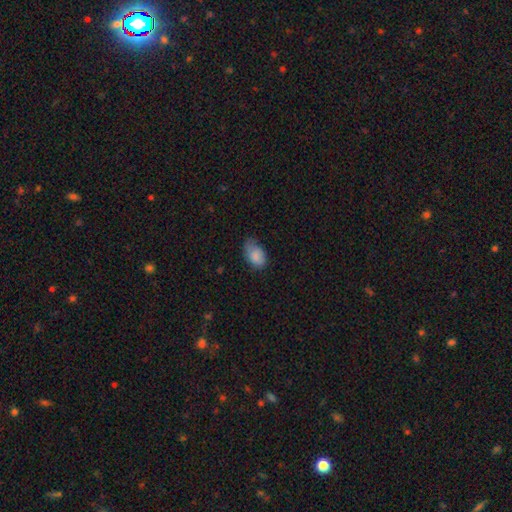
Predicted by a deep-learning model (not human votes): smooth_or_featured: smooth (p=0.84) [alt: featured or disk p=0.09]
how_rounded: in between (p=0.89) [alt: round p=0.10]
merging: none (p=0.50) [alt: minor disturbance p=0.38]